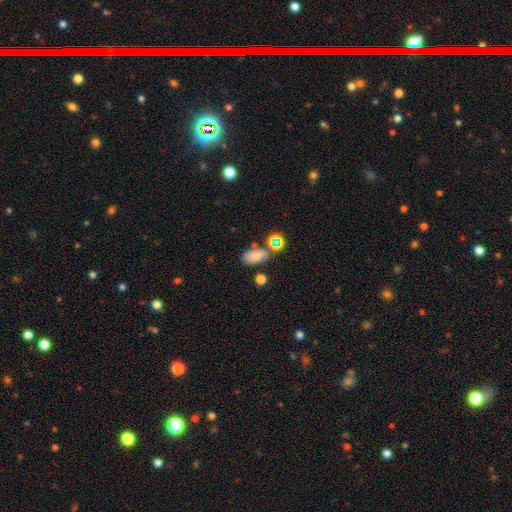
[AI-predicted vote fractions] smooth_or_featured: smooth (p=0.69) [alt: star or artifact p=0.18]
how_rounded: in between (p=0.89) [alt: round p=0.09]
merging: none (p=0.62) [alt: minor disturbance p=0.18]